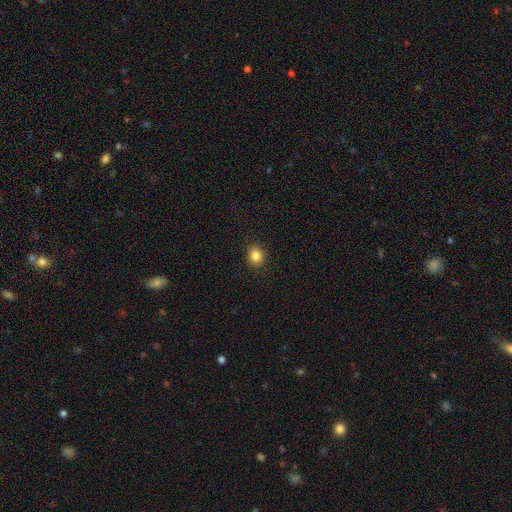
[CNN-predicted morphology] Smooth or featured? Predicted: smooth (p=0.84). How rounded? Predicted: round (p=0.76). Merging? Predicted: none (p=0.90).